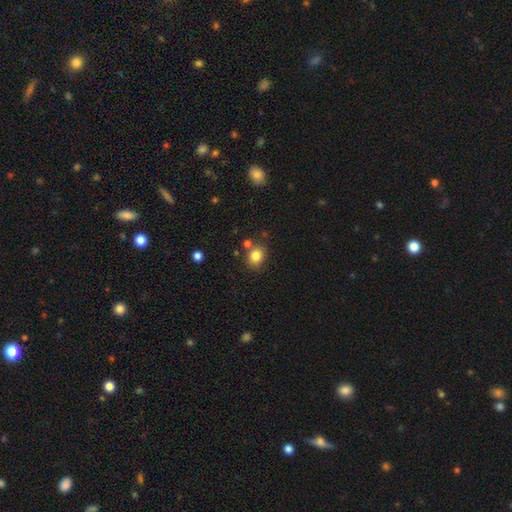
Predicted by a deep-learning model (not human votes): Morphology: type=smooth (82%); roundness=round (63%); merging=none (75%).